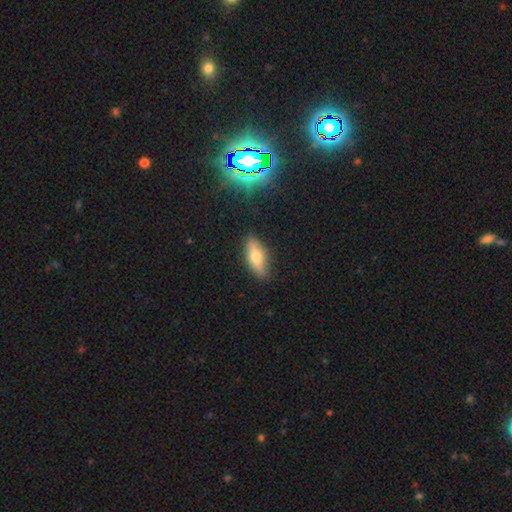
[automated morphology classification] A smooth galaxy with no disk features (55%) that is in between round and cigar-shaped (66%).

Vote fractions:
- Smooth or featured? smooth: 55% / featured or disk: 31% / star or artifact: 14%
- How rounded? in between: 66% / cigar-shaped: 30% / round: 4%
- Merging? none: 87% / minor disturbance: 10% / major disturbance: 2% / merger: 1%